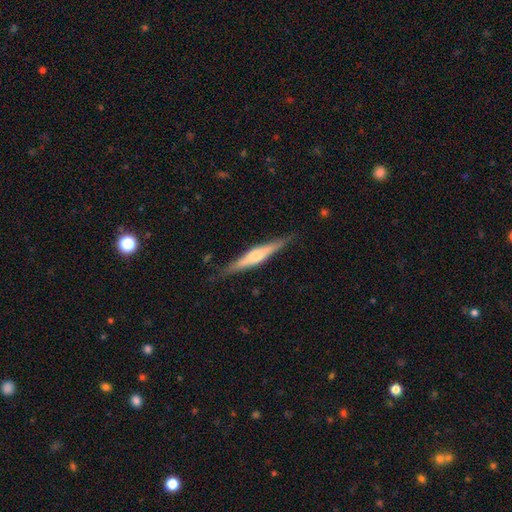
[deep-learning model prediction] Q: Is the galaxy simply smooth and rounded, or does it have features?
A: featured or disk — 65%.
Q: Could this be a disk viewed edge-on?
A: yes — 97%.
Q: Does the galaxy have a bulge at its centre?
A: rounded — 83%.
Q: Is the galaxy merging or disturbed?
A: none — 87%.